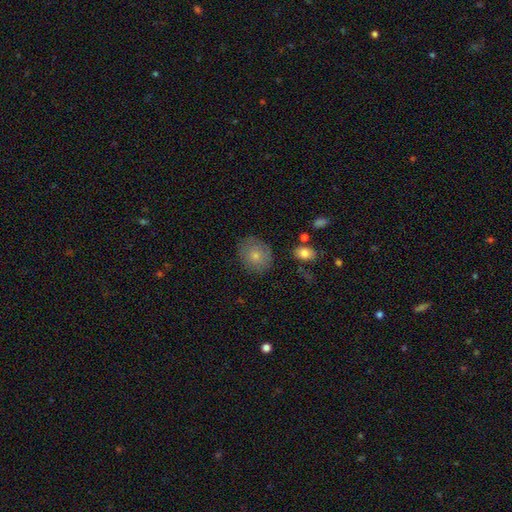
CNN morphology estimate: Smooth or featured?
  - smooth: 78% *
  - featured or disk: 14%
  - star or artifact: 8%
How rounded?
  - round: 64% *
  - in between: 35%
  - cigar-shaped: 1%
Merging?
  - none: 79% *
  - minor disturbance: 15%
  - major disturbance: 4%
  - merger: 2%